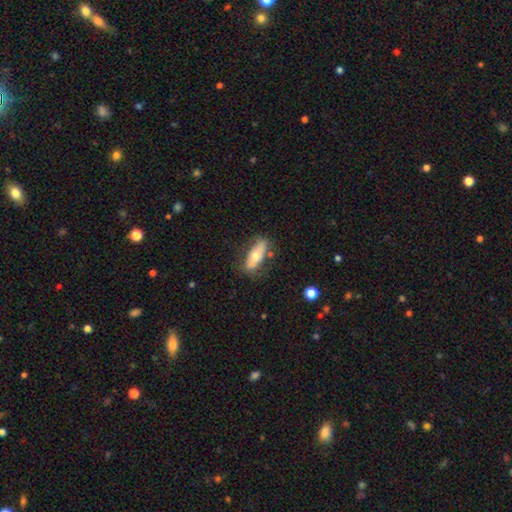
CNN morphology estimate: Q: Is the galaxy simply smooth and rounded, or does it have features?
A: smooth — 55%.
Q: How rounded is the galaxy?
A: in between — 66%.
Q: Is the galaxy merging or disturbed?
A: none — 71%.